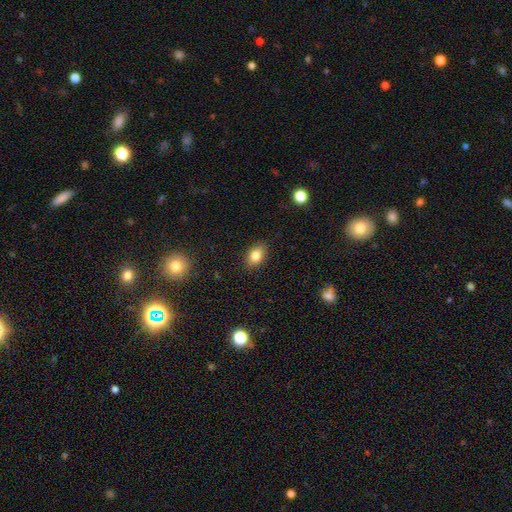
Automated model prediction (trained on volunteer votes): smooth-or-featured: smooth: 81% | star or artifact: 9% | featured or disk: 9%
  how-rounded: in between: 82% | round: 16% | cigar-shaped: 2%
  merging: none: 87% | minor disturbance: 9% | major disturbance: 2% | merger: 1%